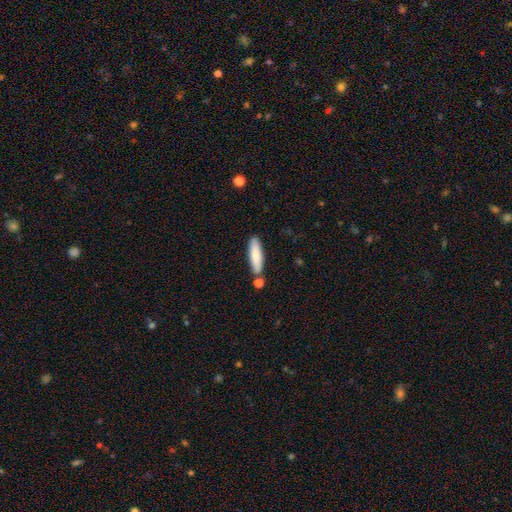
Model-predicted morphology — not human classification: smooth 81%, featured or disk 14%, star or artifact 6%. Down the decision tree: how rounded — cigar-shaped (67%); merging — none (77%).